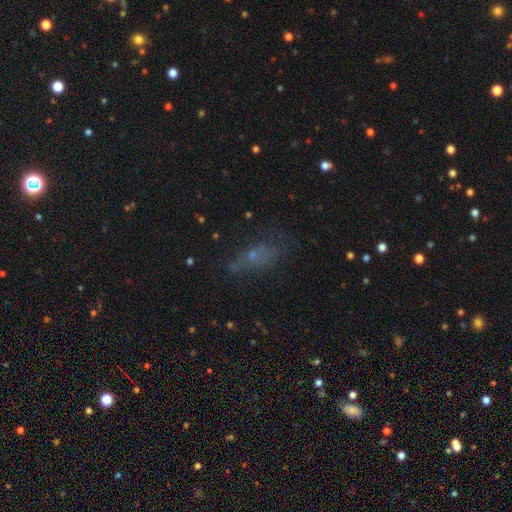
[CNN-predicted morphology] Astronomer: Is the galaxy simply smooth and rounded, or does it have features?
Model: smooth — 50% (runner-up: featured or disk, 29%).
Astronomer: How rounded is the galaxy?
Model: in between — 67%.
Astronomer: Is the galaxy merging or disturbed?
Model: none — 50%.